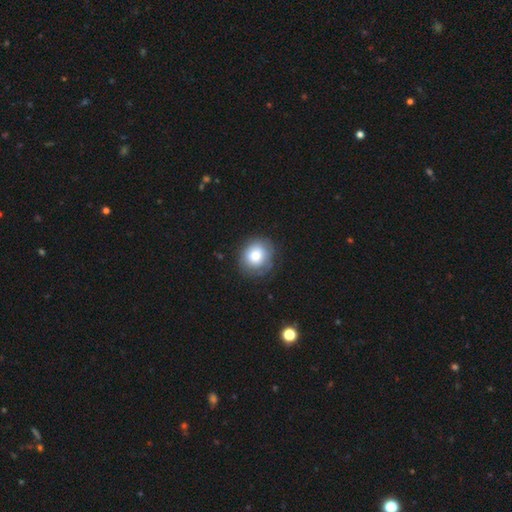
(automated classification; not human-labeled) Overall: smooth (74%). How rounded: round (82%). Merging: none (75%).